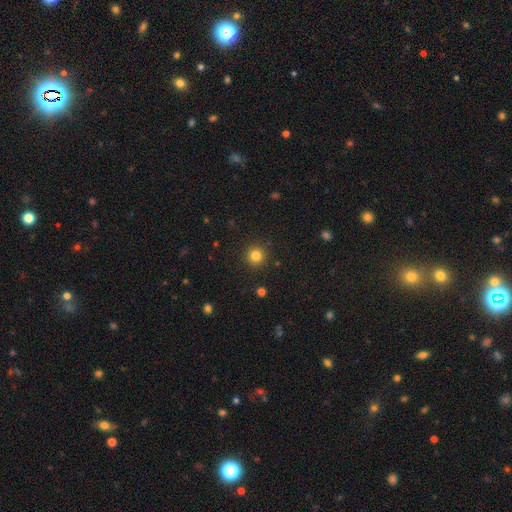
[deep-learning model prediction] Smooth or featured: smooth — 82% (star or artifact — 13%)
How rounded: round — 95% (in between — 4%)
Merging: none — 91% (minor disturbance — 5%)